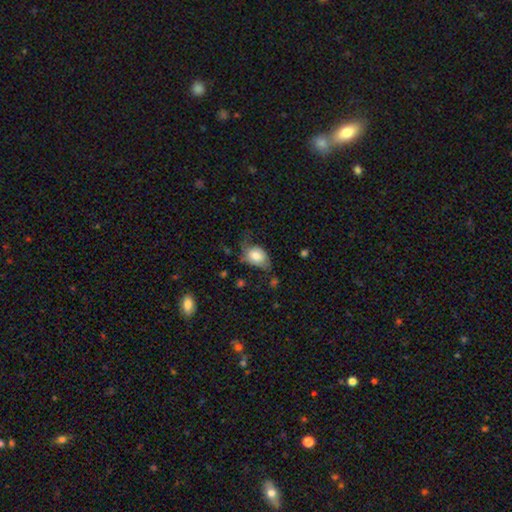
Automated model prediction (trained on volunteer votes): Overall: smooth (71%). How rounded: in between (78%). Merging: none (37%; minor disturbance 34%).